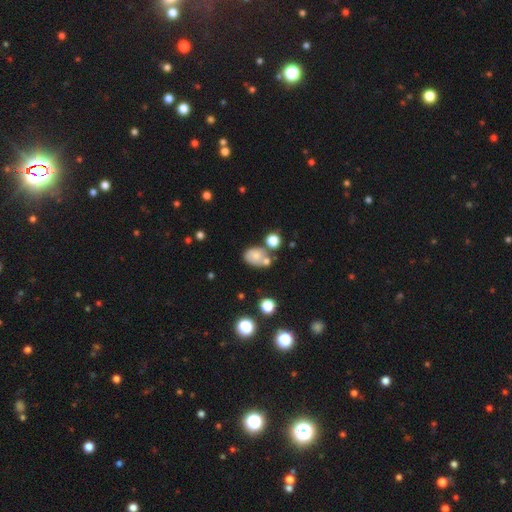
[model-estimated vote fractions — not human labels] Smooth or featured?
  - smooth: 67% *
  - featured or disk: 20%
  - star or artifact: 13%
How rounded?
  - in between: 70% *
  - round: 29%
  - cigar-shaped: 1%
Merging?
  - none: 43% *
  - merger: 27%
  - minor disturbance: 21%
  - major disturbance: 9%